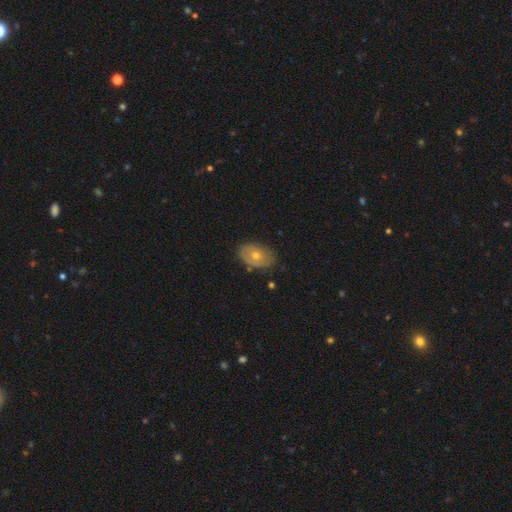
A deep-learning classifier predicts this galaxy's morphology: This appears to be a featured or disk galaxy (50%). Merging: none (77%).